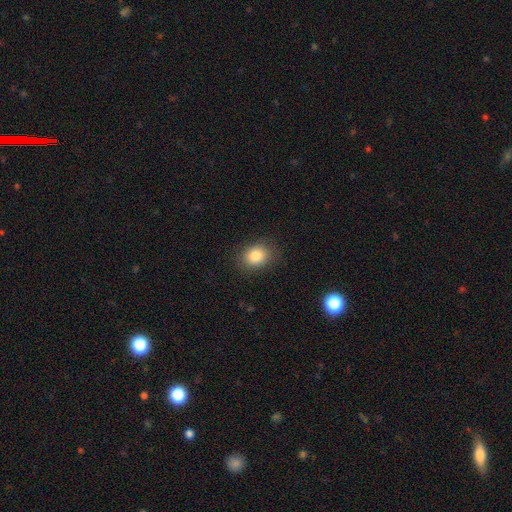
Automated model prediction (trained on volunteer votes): smooth 84%, star or artifact 10%, featured or disk 6%. Down the decision tree: how rounded — in between (50%); merging — none (85%).